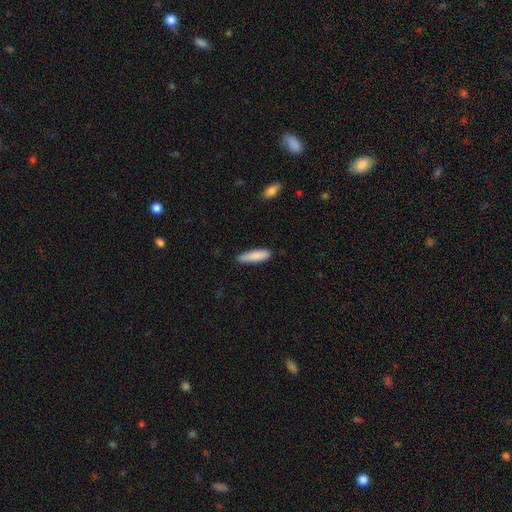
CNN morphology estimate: Smooth or featured? Predicted: smooth (p=0.86). How rounded? Predicted: cigar-shaped (p=0.63). Merging? Predicted: none (p=0.79).